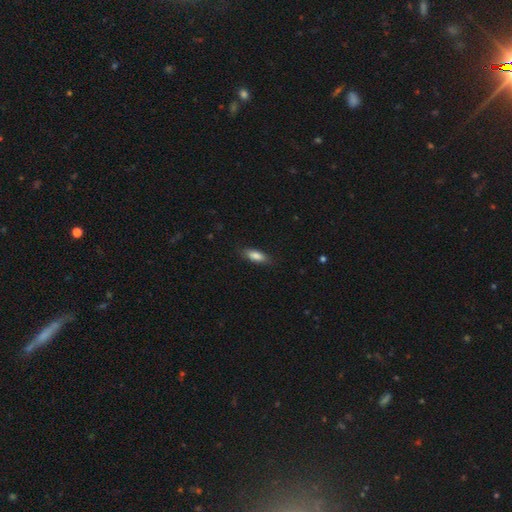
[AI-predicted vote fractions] This is clearly a smooth galaxy (83%). How rounded: likely in between (65%). Merging: clearly none (84%).